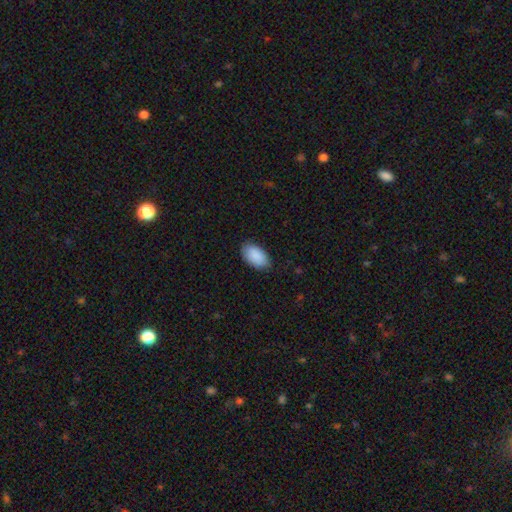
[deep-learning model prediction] This appears to be a smooth galaxy with no disk features (90%) that is in between round and cigar-shaped (95%). Merging: none (84%).